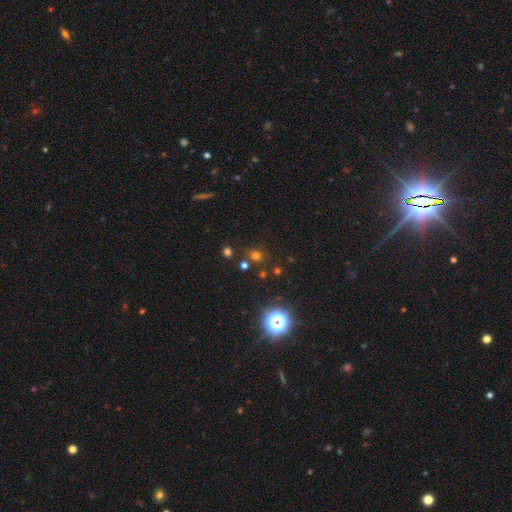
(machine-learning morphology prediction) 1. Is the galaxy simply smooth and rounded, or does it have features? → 62% smooth, 32% star or artifact, 7% featured or disk.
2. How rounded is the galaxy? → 83% round, 16% in between, 1% cigar-shaped.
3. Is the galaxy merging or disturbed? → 80% none, 9% minor disturbance, 8% merger, 3% major disturbance.